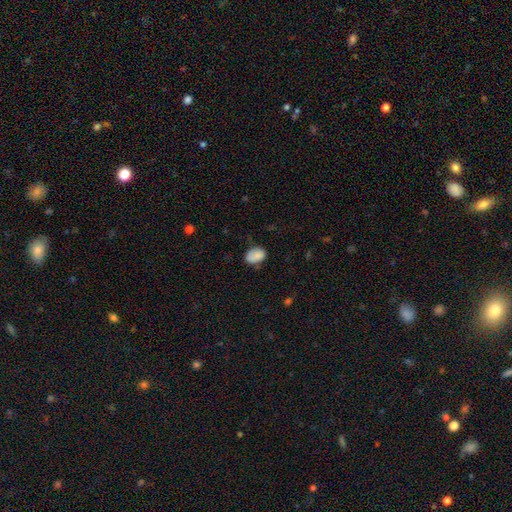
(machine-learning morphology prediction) This is clearly a smooth galaxy (83%). How rounded: likely in between (78%). Merging: likely none (66%).